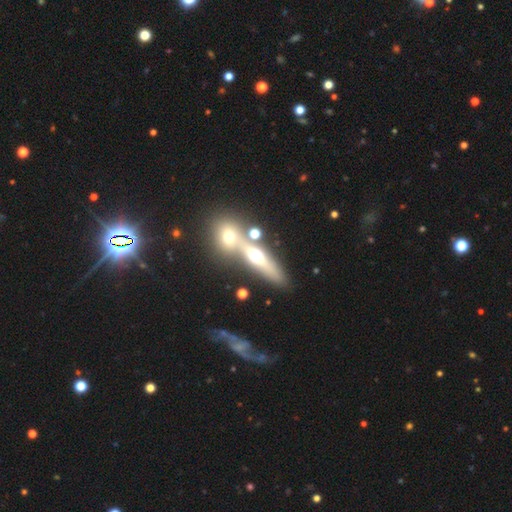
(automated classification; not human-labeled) Smooth or featured? Predicted: featured or disk (p=0.50). Merging? Predicted: none (p=0.53).